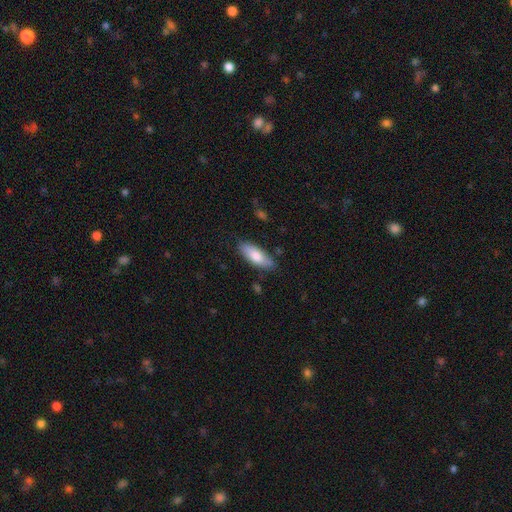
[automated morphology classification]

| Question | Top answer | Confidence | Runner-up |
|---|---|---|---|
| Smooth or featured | smooth | 77% | featured or disk (17%) |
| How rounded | in between | 67% | cigar-shaped (31%) |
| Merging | none | 81% | minor disturbance (15%) |